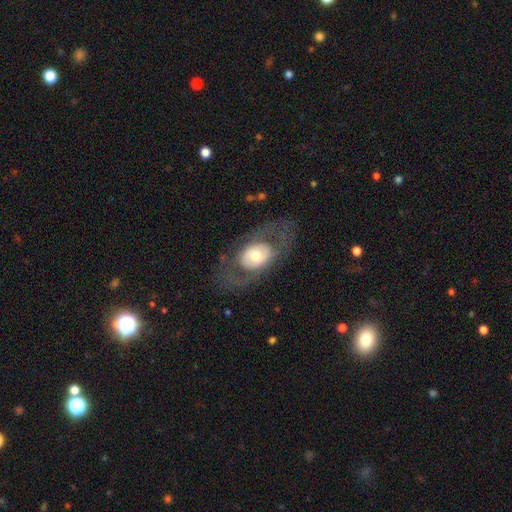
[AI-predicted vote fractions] smooth_or_featured: featured or disk (p=0.53) [alt: smooth p=0.41]
disk_edge_on: no (p=0.88) [alt: yes p=0.12]
merging: none (p=0.69) [alt: major disturbance p=0.16]